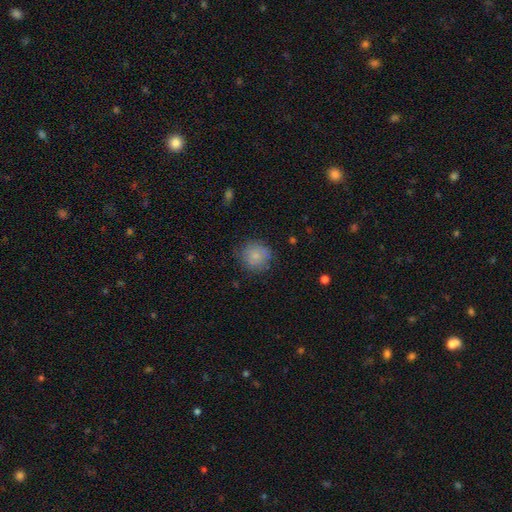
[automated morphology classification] The model was most divided on "merging": none: 76%, minor disturbance: 17%, major disturbance: 5%, merger: 2%. More confident: how rounded — round (90%); smooth or featured — smooth (77%).